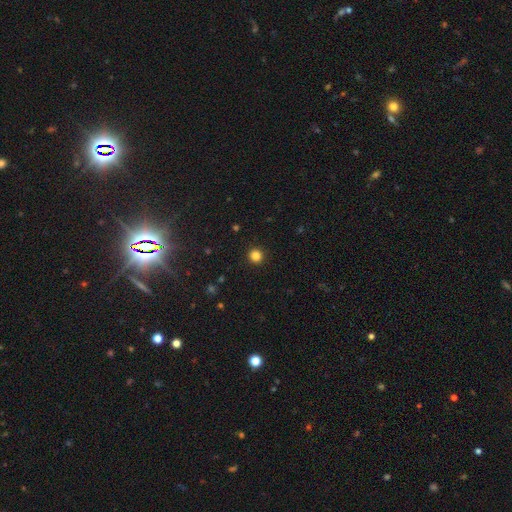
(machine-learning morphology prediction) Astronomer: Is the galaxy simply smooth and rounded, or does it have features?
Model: smooth — 84%.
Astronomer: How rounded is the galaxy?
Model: round — 95%.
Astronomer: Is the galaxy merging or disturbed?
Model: none — 93%.